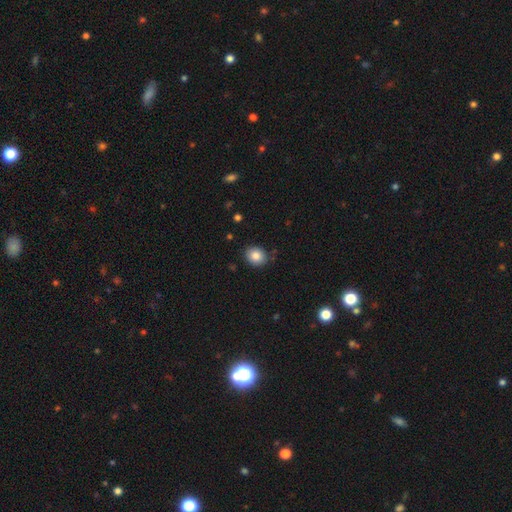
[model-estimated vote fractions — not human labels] smooth 84%, star or artifact 9%, featured or disk 7%. Down the decision tree: how rounded — round (65%); merging — none (84%).